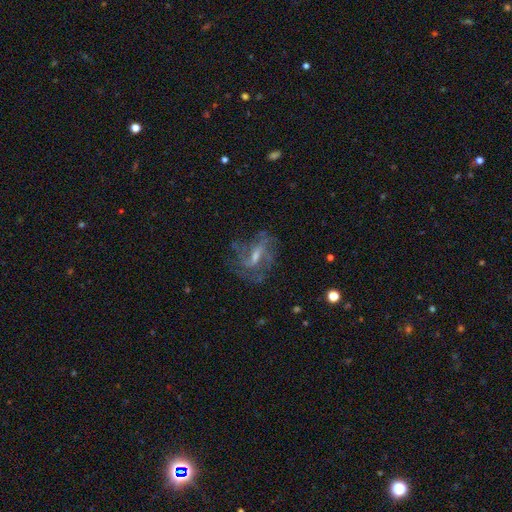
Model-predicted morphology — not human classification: This is likely a featured or disk galaxy (74%). It is clearly not viewed edge-on (94%). Bar: possibly weak (50%). Spiral arm pattern: clearly yes (81%). Spiral arm count: marginally can't tell (39%). Spiral winding: marginally medium (43%). Central bulge: marginally moderate (44%). Merging: possibly none (60%).